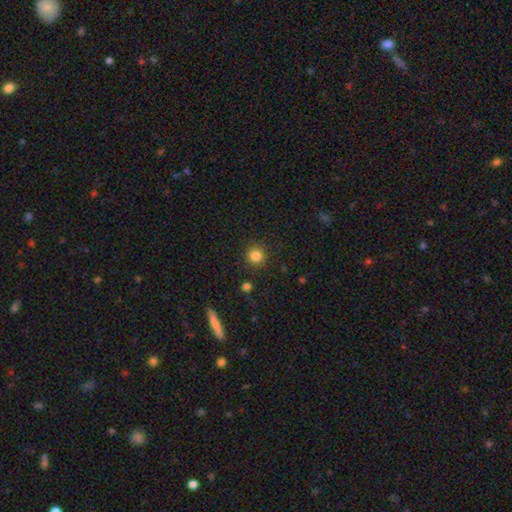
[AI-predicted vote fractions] This appears to be a smooth galaxy with no disk features (84%) that is round (93%). Merging: none (90%).